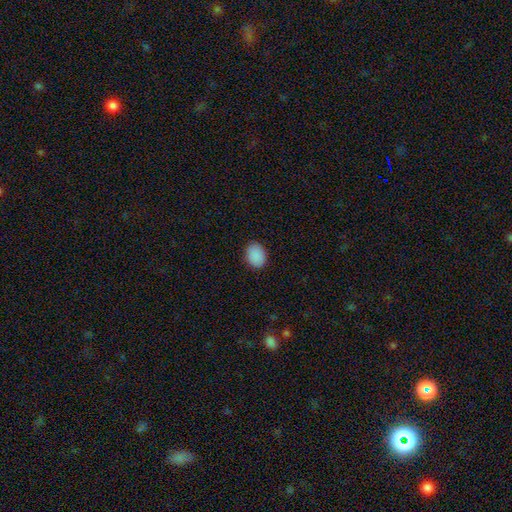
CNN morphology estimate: smooth-or-featured: smooth: 89% | star or artifact: 8% | featured or disk: 3%
  how-rounded: in between: 62% | round: 37% | cigar-shaped: 1%
  merging: none: 88% | minor disturbance: 9% | major disturbance: 2% | merger: 1%